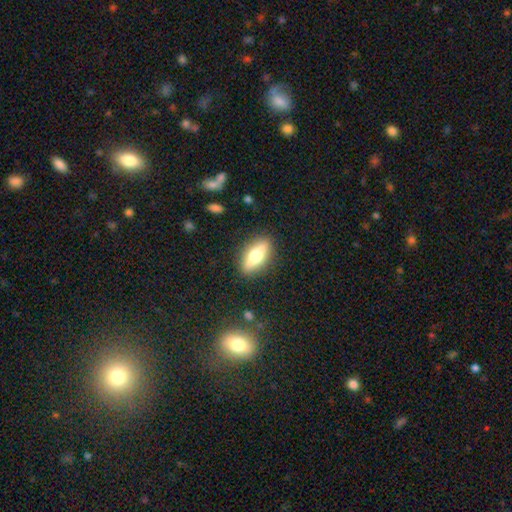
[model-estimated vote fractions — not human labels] Morphology: type=smooth (48%); merging=none (87%).